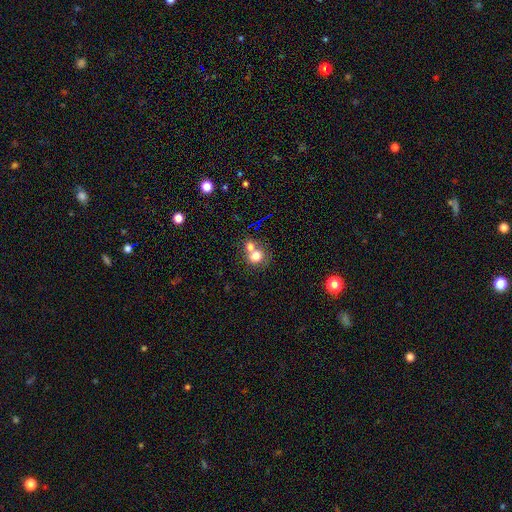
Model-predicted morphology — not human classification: A smooth galaxy with no disk features (73%) that is round (70%). Merging: merger (57%).